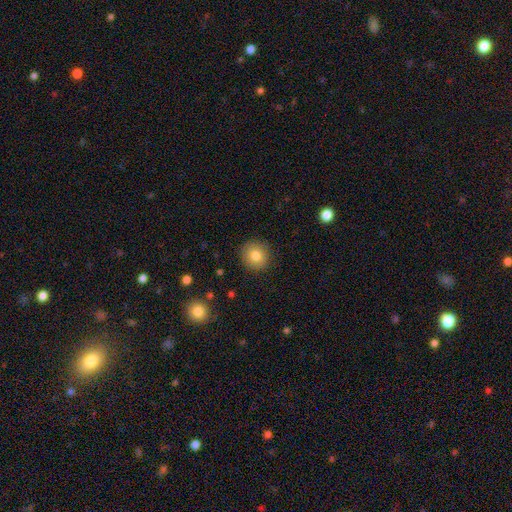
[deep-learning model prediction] Smooth or featured? Predicted: smooth (p=0.81). How rounded? Predicted: round (p=0.92). Merging? Predicted: none (p=0.89).